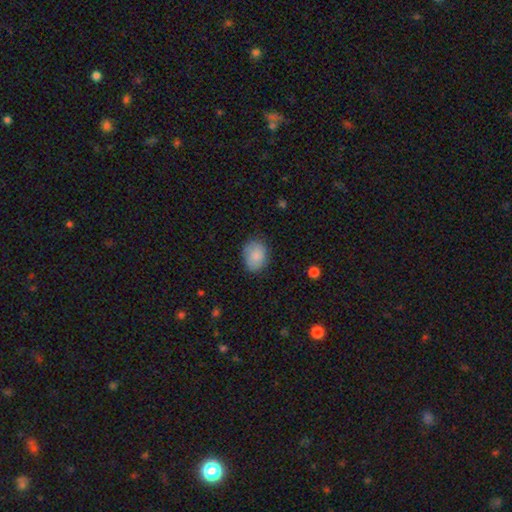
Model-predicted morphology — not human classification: This appears to be a smooth galaxy with no disk features (84%) that is in between round and cigar-shaped (58%). Merging: none (78%).